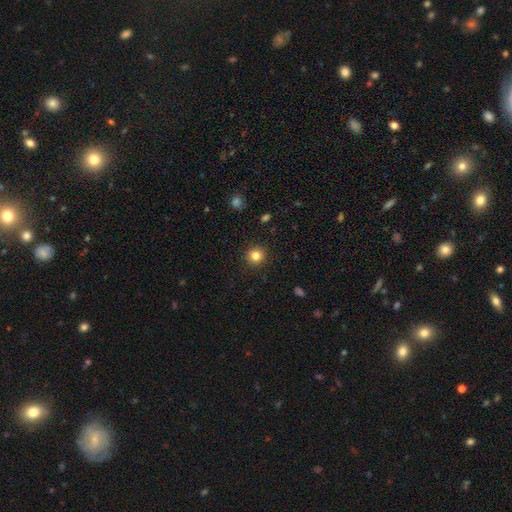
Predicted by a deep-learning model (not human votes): Smooth or featured: smooth — 82% (star or artifact — 12%)
How rounded: round — 93% (in between — 6%)
Merging: none — 92% (minor disturbance — 5%)